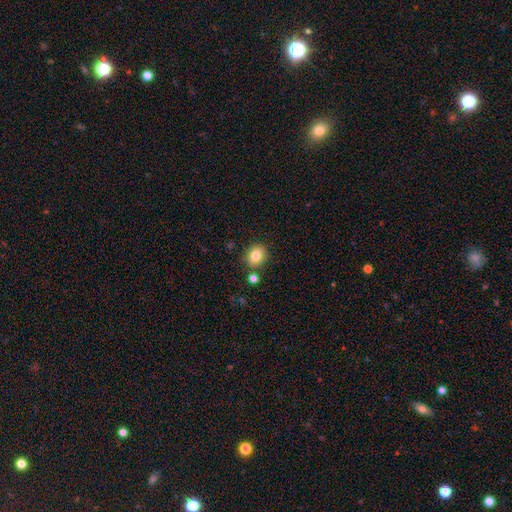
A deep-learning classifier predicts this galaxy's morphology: A smooth galaxy with no disk features (82%) that is round (69%). Merging: none (82%).